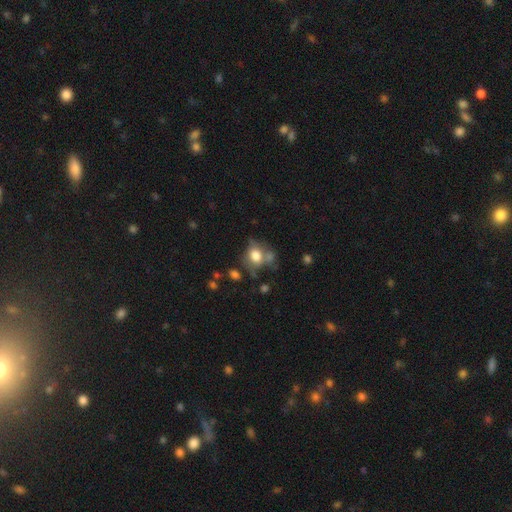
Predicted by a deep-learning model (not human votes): smooth-or-featured: smooth: 72% | featured or disk: 17% | star or artifact: 10%
  how-rounded: round: 54% | in between: 45% | cigar-shaped: 1%
  merging: none: 46% | minor disturbance: 21% | merger: 20% | major disturbance: 13%